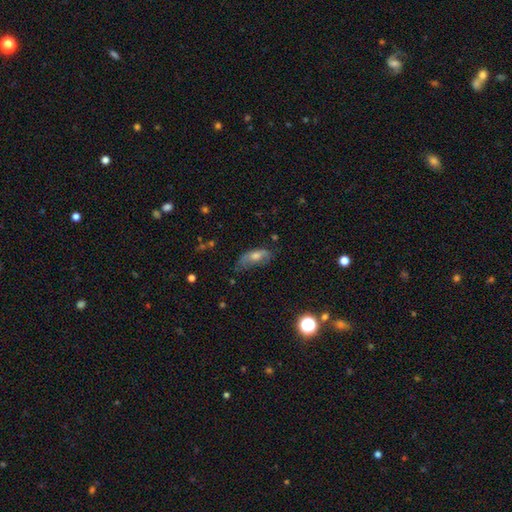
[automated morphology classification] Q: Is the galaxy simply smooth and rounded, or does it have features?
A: smooth — 49%.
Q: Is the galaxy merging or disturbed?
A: none — 51%.